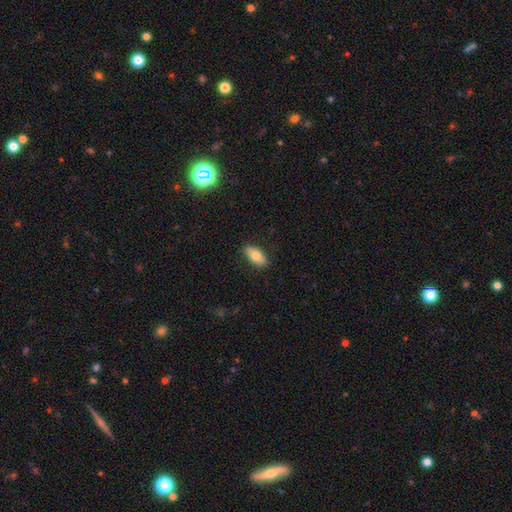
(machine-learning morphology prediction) type=smooth (73%); roundness=in between (88%); merging=none (86%).